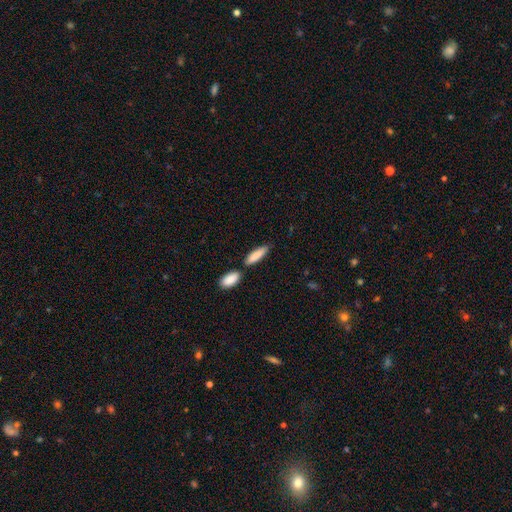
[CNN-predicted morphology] smooth 86%, featured or disk 8%, star or artifact 5%. Down the decision tree: how rounded — cigar-shaped (59%); merging — none (68%).